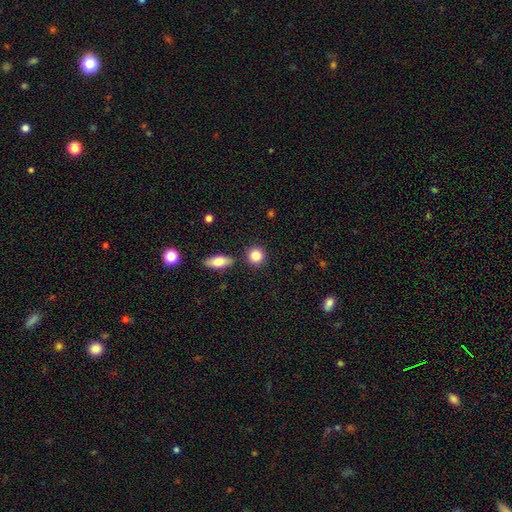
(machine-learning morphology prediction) A smooth galaxy with no disk features (85%) that is round (88%). Merging: none (85%).